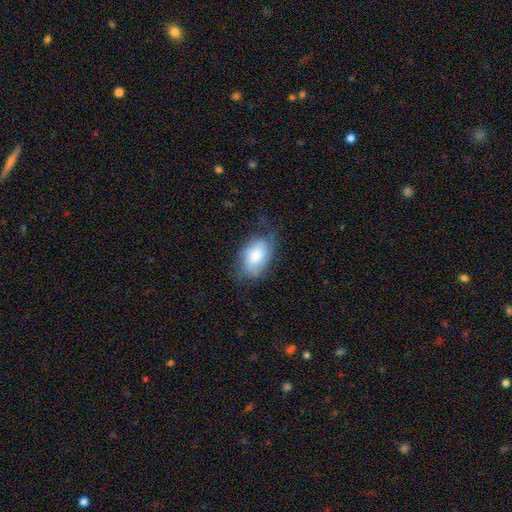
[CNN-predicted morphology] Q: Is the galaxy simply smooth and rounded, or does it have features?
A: smooth — 67%.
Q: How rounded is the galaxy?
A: in between — 90%.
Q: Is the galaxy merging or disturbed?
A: none — 51%.